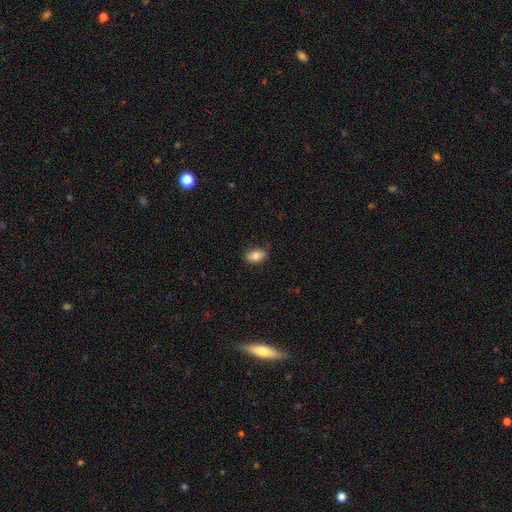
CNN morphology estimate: type=smooth (81%); roundness=in between (88%); merging=none (80%).